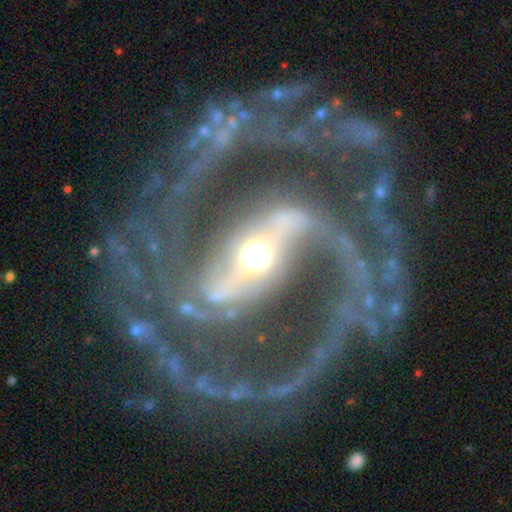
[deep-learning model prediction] featured or disk 93%, star or artifact 4%, smooth 3%. Down the decision tree: edge-on disk — no (96%); bar — strong (77%); spiral arms — yes (97%); spiral arm count — 2 (68%); spiral winding — medium (48%); bulge size — moderate (57%); merging — none (64%).